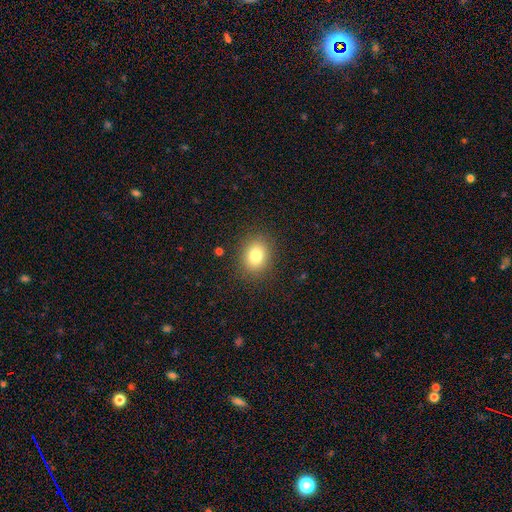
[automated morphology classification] Smooth or featured? smooth (80%)
How rounded? round (59%)
Merging? none (87%)